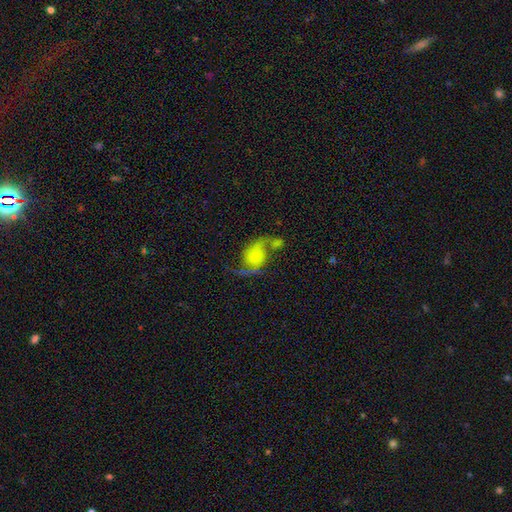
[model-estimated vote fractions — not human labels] Smooth or featured: featured or disk — 83% (smooth — 11%)
Edge-on disk: no — 97% (yes — 3%)
Bar: no — 71% (weak — 24%)
Spiral arms: yes — 96% (no — 4%)
Spiral winding: loose — 75% (medium — 20%)
Spiral arm count: 2 — 93% (1 — 2%)
Bulge size: none — 30% (small — 23%)
Merging: none — 56% (minor disturbance — 17%)